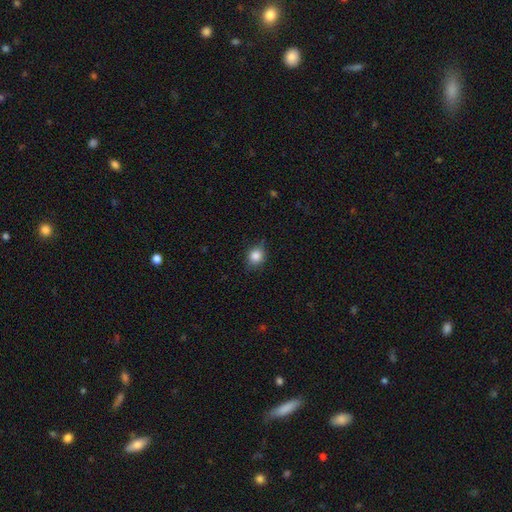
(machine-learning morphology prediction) This appears to be a smooth galaxy with no disk features (84%) that is round (73%). Merging: none (75%).